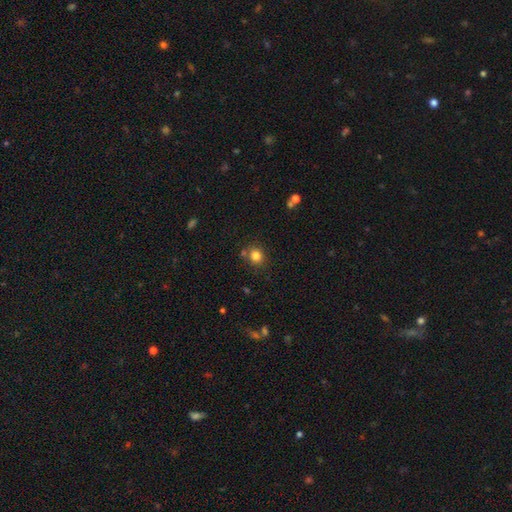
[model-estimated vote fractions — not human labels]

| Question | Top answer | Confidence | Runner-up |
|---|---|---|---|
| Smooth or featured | smooth | 81% | star or artifact (13%) |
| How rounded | round | 81% | in between (18%) |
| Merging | none | 77% | minor disturbance (11%) |